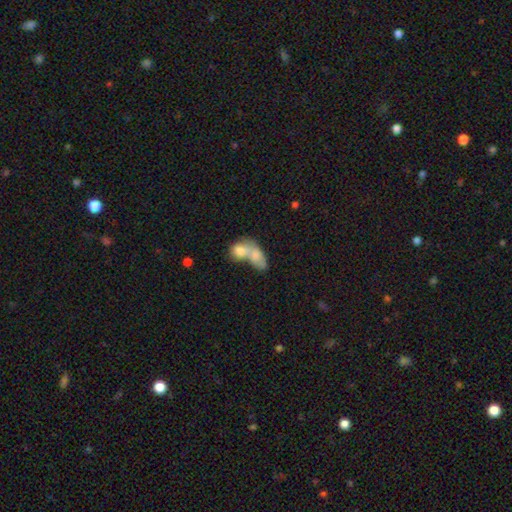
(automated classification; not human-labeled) smooth-or-featured: smooth: 72% | featured or disk: 20% | star or artifact: 8%
  how-rounded: in between: 78% | round: 19% | cigar-shaped: 3%
  merging: merger: 79% | none: 11% | minor disturbance: 5% | major disturbance: 5%